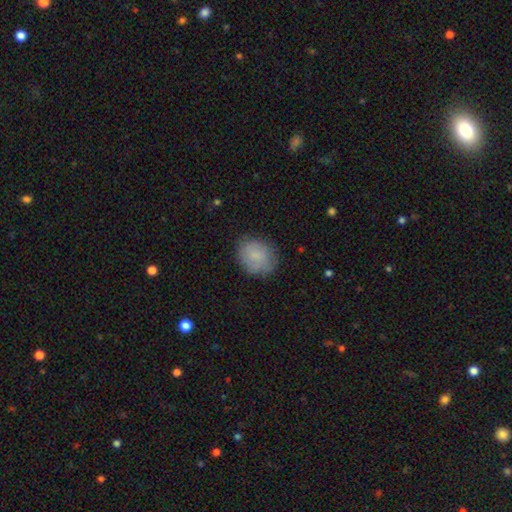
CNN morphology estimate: A smooth galaxy with no disk features (75%) that is round (64%).

Vote fractions:
- Smooth or featured? smooth: 75% / featured or disk: 17% / star or artifact: 8%
- How rounded? round: 64% / in between: 35% / cigar-shaped: 1%
- Merging? none: 75% / minor disturbance: 19% / major disturbance: 5% / merger: 1%